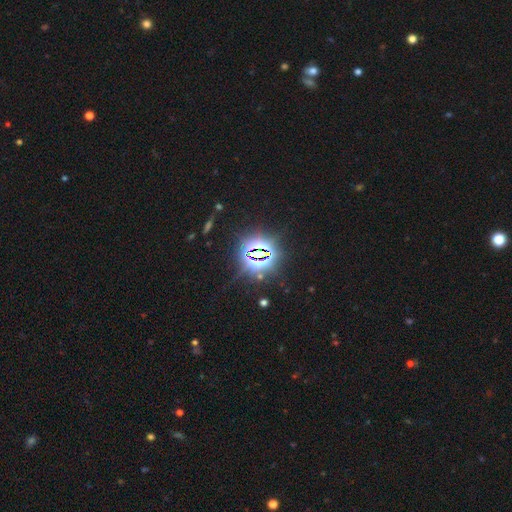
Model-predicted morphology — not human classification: smooth_or_featured: star or artifact (p=0.83) [alt: smooth p=0.09]